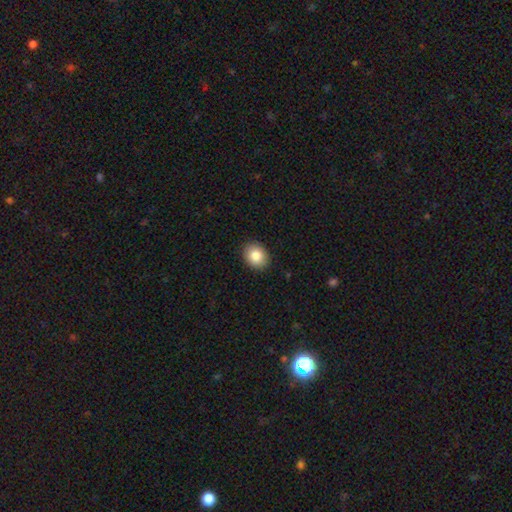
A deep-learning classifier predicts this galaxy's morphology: This is clearly a smooth galaxy (85%). How rounded: possibly round (51%). Merging: clearly none (90%).